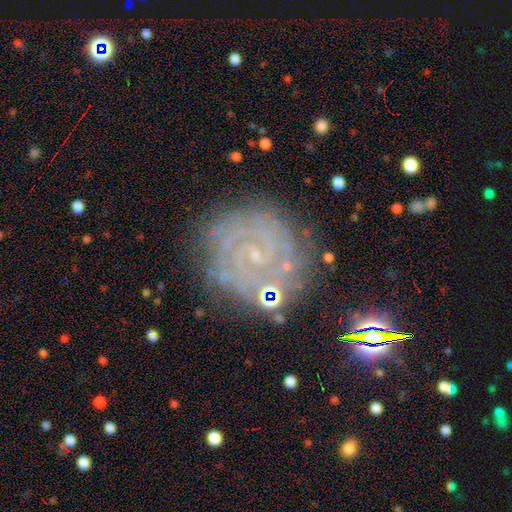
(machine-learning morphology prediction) A featured or disk galaxy (78%) with no bar (66%), tight (81%) spiral arms (95%) and a small central bulge (81%). Merging: none (77%).